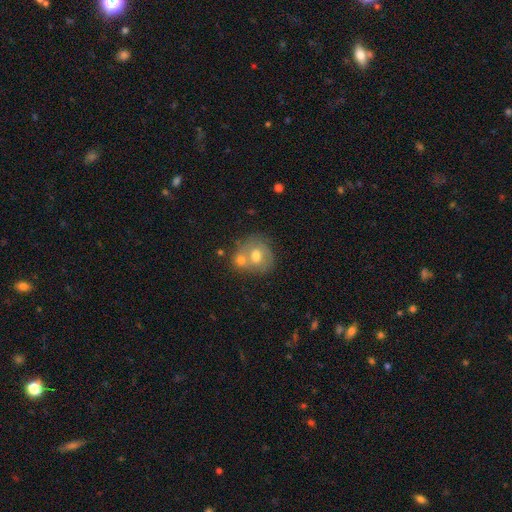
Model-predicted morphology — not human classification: type=smooth (56%); roundness=round (74%); merging=merger (52%).